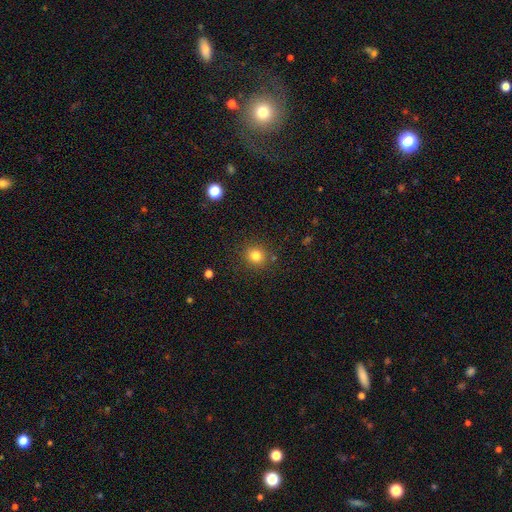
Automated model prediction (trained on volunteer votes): A smooth galaxy with no disk features (81%) that is round (88%).

Vote fractions:
- Smooth or featured? smooth: 81% / star or artifact: 13% / featured or disk: 6%
- How rounded? round: 88% / in between: 12% / cigar-shaped: 1%
- Merging? none: 88% / minor disturbance: 7% / major disturbance: 3% / merger: 2%